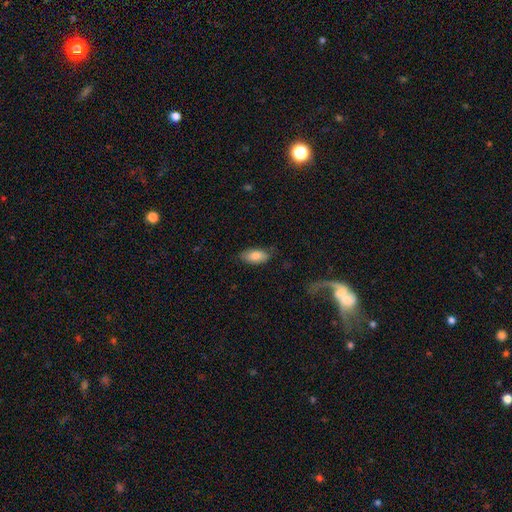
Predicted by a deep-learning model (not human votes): smooth 81%, featured or disk 13%, star or artifact 7%. Down the decision tree: how rounded — in between (90%); merging — none (77%).